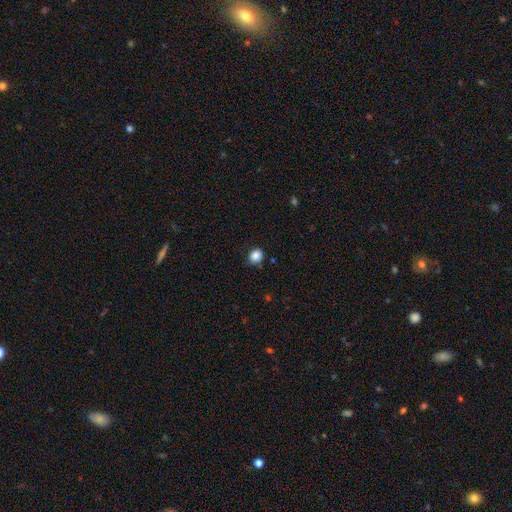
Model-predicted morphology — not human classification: Q: Smooth or featured?
A: smooth (87%); runner-up: star or artifact (10%)
Q: How rounded?
A: round (78%); runner-up: in between (21%)
Q: Merging?
A: none (81%); runner-up: minor disturbance (14%)